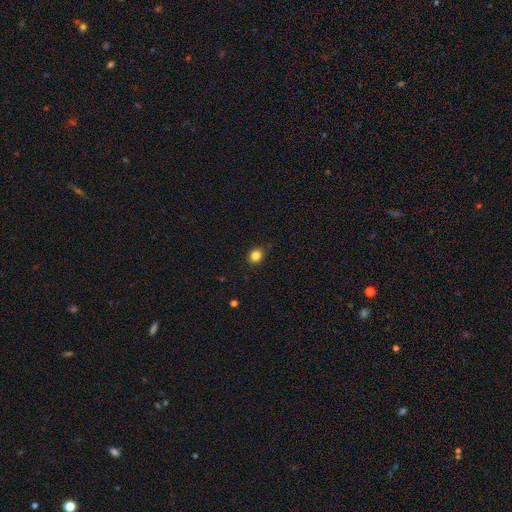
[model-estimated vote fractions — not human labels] Overall: smooth (83%). How rounded: round (72%). Merging: none (86%).